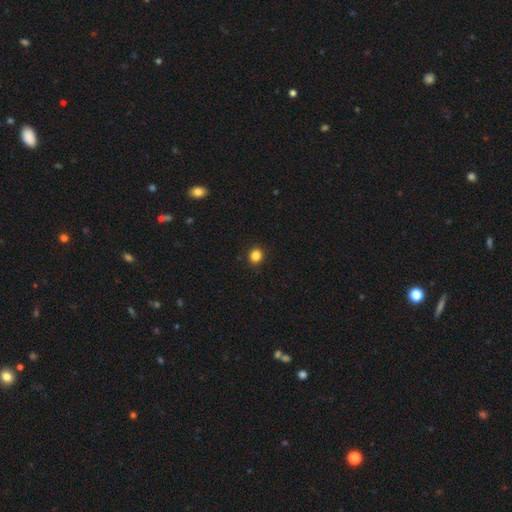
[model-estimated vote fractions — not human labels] This is clearly a smooth galaxy (85%). How rounded: clearly round (80%). Merging: clearly none (92%).